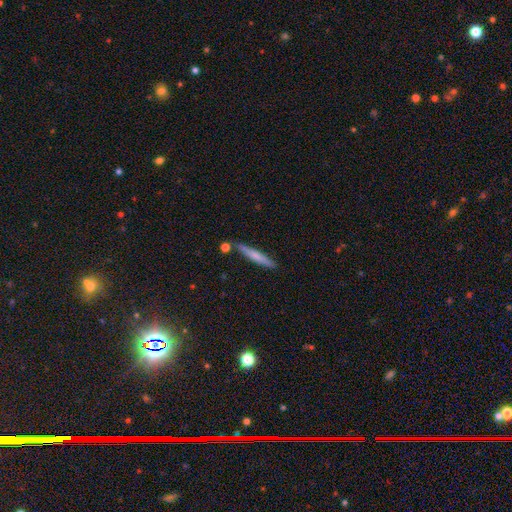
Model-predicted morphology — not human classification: Smooth or featured?
  - smooth: 60% *
  - featured or disk: 34%
  - star or artifact: 6%
How rounded?
  - cigar-shaped: 95% *
  - in between: 4%
  - round: 1%
Merging?
  - none: 83% *
  - minor disturbance: 10%
  - merger: 5%
  - major disturbance: 2%